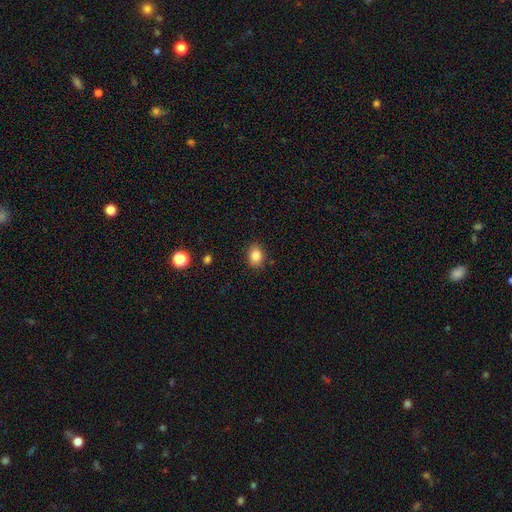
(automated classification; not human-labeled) Morphology: type=smooth (84%); roundness=in between (59%); merging=none (87%).